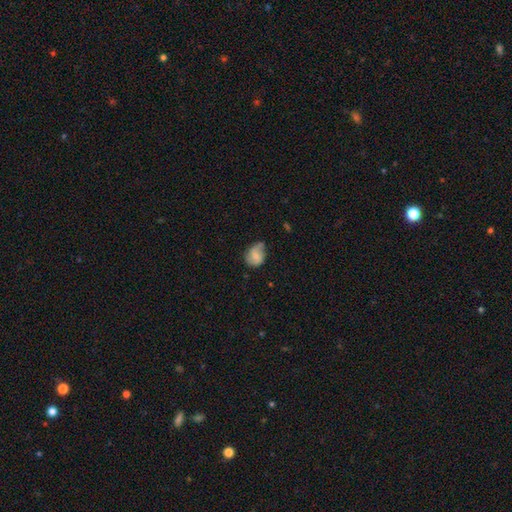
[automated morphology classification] smooth 52%, featured or disk 40%, star or artifact 8%. Down the decision tree: how rounded — in between (51%); merging — none (47%).